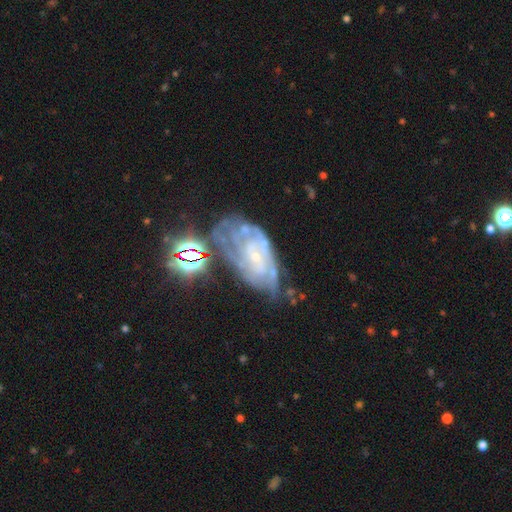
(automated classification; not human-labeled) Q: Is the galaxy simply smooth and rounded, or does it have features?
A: featured or disk — 75%.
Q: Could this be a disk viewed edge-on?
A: no — 95%.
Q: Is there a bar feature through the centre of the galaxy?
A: no — 65%.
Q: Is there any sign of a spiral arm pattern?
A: yes — 82%.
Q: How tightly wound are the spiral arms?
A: tight — 60%.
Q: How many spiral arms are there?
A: can't tell — 52%.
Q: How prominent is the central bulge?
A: small — 77%.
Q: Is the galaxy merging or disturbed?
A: none — 44%.